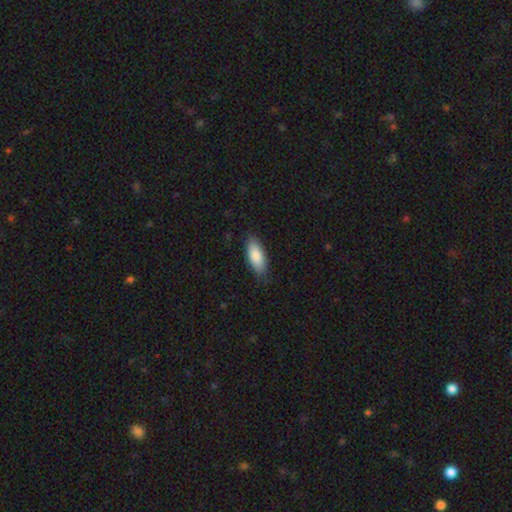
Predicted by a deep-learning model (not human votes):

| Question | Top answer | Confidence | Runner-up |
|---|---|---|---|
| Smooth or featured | smooth | 84% | featured or disk (11%) |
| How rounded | in between | 81% | cigar-shaped (17%) |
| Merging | none | 83% | minor disturbance (14%) |